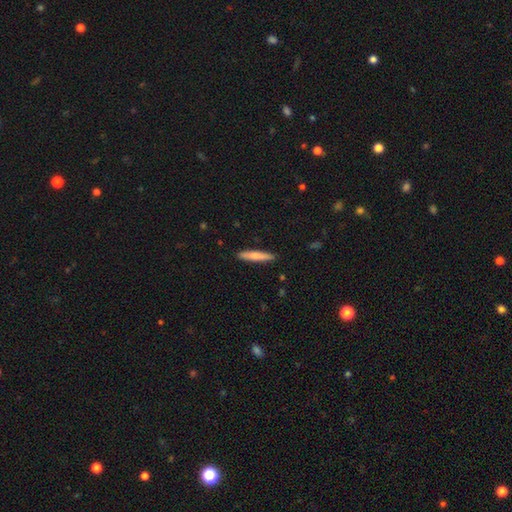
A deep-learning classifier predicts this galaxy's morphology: Smooth or featured?
  - smooth: 72% *
  - featured or disk: 23%
  - star or artifact: 5%
How rounded?
  - cigar-shaped: 91% *
  - in between: 8%
  - round: 1%
Merging?
  - none: 90% *
  - minor disturbance: 8%
  - major disturbance: 1%
  - merger: 1%